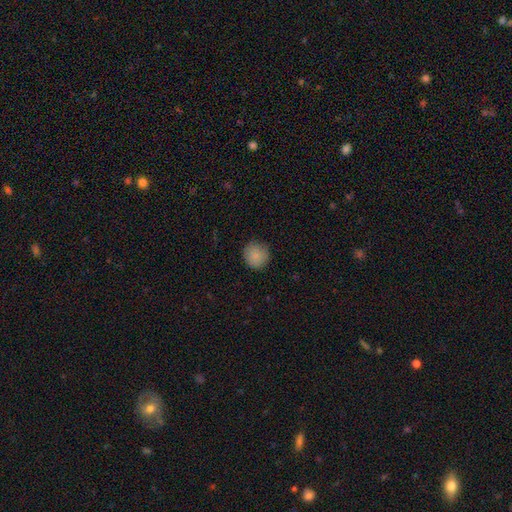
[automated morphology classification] Smooth or featured: smooth — 85% (star or artifact — 9%)
How rounded: round — 93% (in between — 6%)
Merging: none — 86% (minor disturbance — 11%)